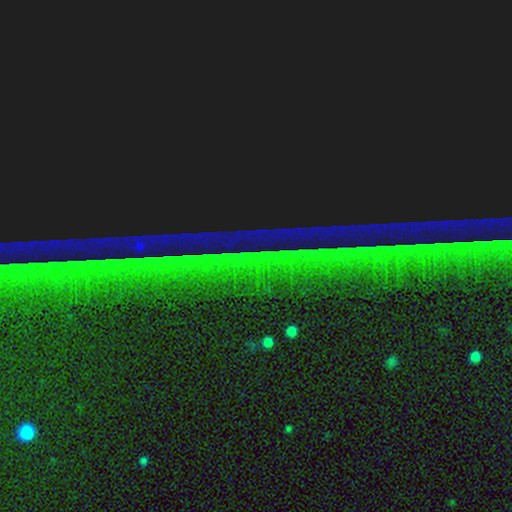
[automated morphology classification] type=star or artifact (89%).